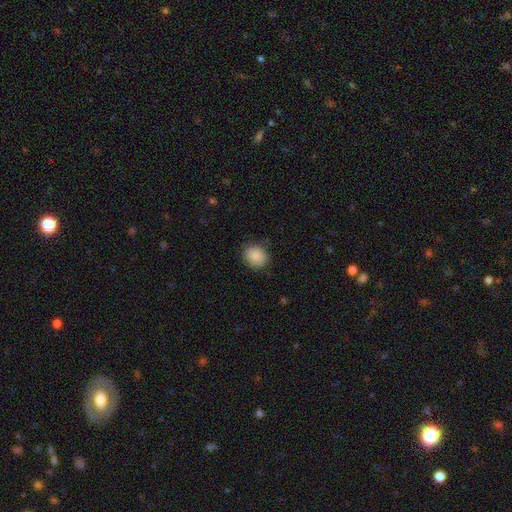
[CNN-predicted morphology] Smooth or featured? smooth (88%)
How rounded? round (72%)
Merging? none (83%)